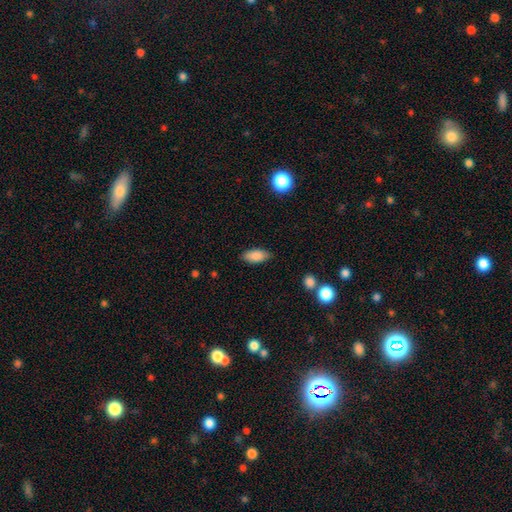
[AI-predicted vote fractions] Smooth or featured: smooth — 87% (star or artifact — 7%)
How rounded: in between — 87% (cigar-shaped — 11%)
Merging: none — 85% (minor disturbance — 11%)